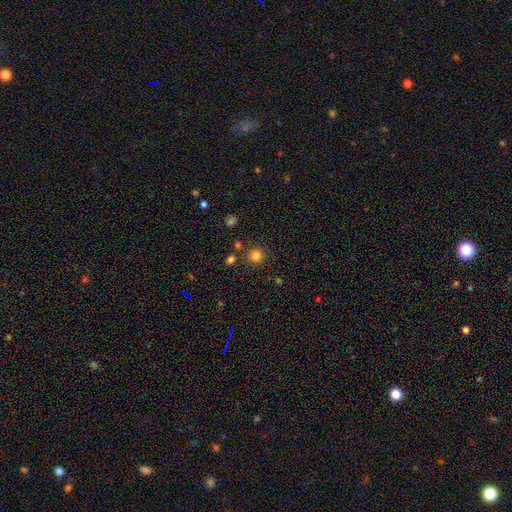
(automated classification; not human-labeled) smooth_or_featured: smooth (p=0.81) [alt: star or artifact p=0.14]
how_rounded: round (p=0.94) [alt: in between p=0.05]
merging: none (p=0.85) [alt: minor disturbance p=0.07]